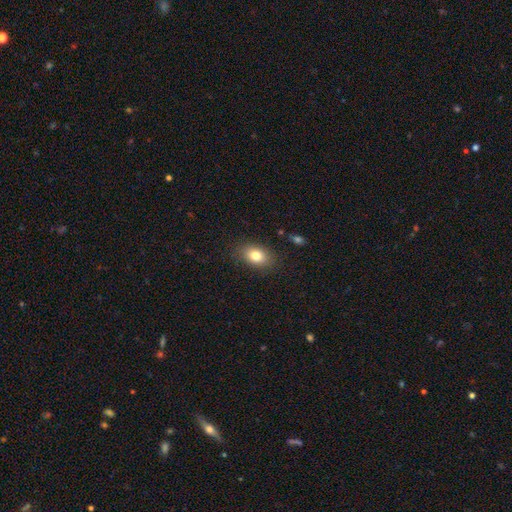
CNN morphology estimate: smooth_or_featured: smooth (p=0.81) [alt: featured or disk p=0.10]
how_rounded: in between (p=0.80) [alt: round p=0.19]
merging: none (p=0.86) [alt: minor disturbance p=0.10]